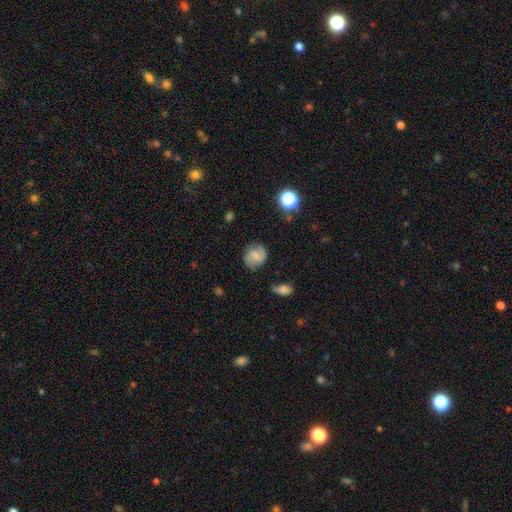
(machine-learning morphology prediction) Smooth or featured? featured or disk (46%)
Merging? none (73%)